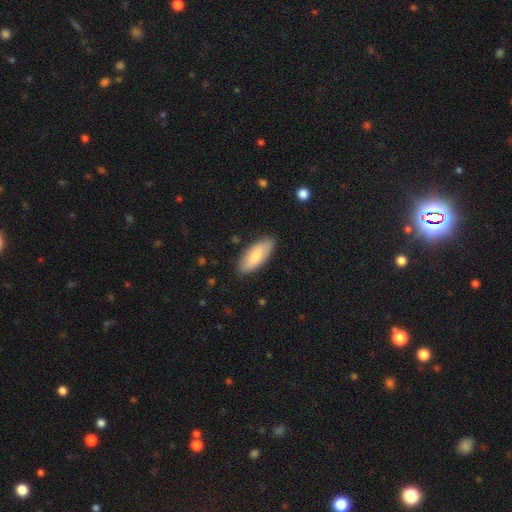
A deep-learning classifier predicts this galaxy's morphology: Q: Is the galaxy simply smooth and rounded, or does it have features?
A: smooth — 79%.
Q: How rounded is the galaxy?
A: in between — 77%.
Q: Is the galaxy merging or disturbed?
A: none — 86%.